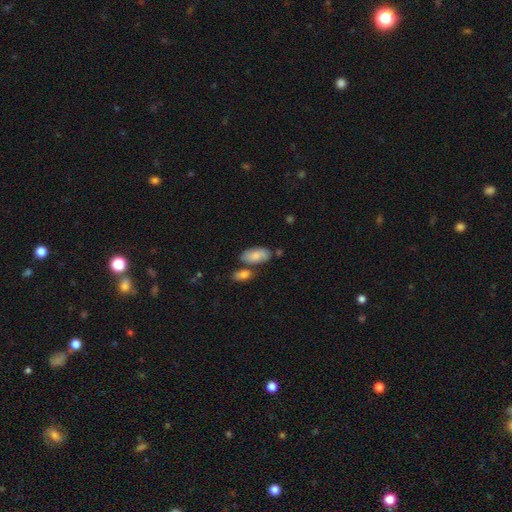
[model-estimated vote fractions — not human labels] A smooth galaxy with no disk features (80%) that is in between round and cigar-shaped (93%).

Vote fractions:
- Smooth or featured? smooth: 80% / featured or disk: 14% / star or artifact: 6%
- How rounded? in between: 93% / cigar-shaped: 4% / round: 3%
- Merging? none: 59% / merger: 19% / minor disturbance: 17% / major disturbance: 5%